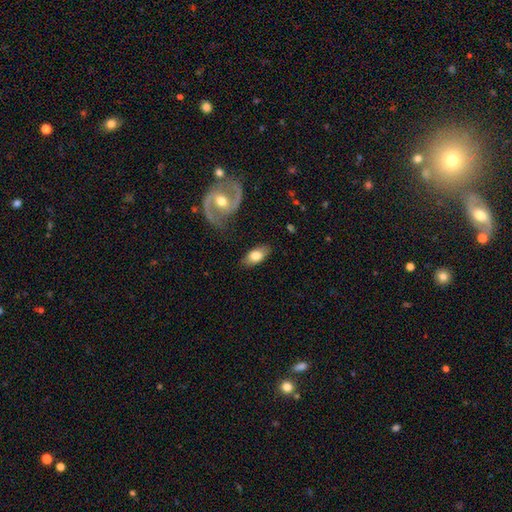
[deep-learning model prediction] smooth_or_featured: smooth (p=0.69) [alt: featured or disk p=0.25]
how_rounded: in between (p=0.90) [alt: cigar-shaped p=0.05]
merging: none (p=0.81) [alt: minor disturbance p=0.14]